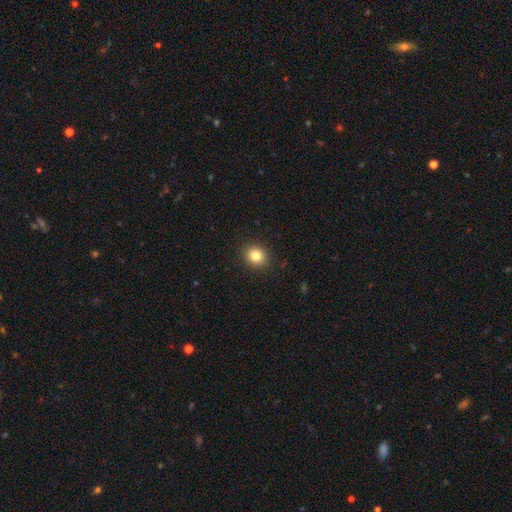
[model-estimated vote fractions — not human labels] The model was most divided on "how rounded": round: 78%, in between: 21%, cigar-shaped: 1%. More confident: merging — none (91%); smooth or featured — smooth (83%).